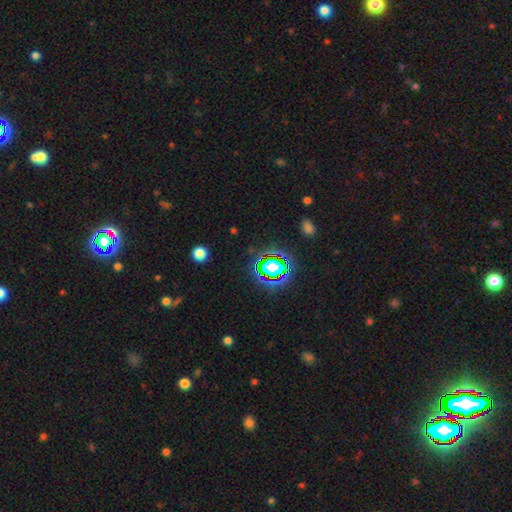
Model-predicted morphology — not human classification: The model was most divided on "smooth or featured": star or artifact: 75%, smooth: 16%, featured or disk: 9%.